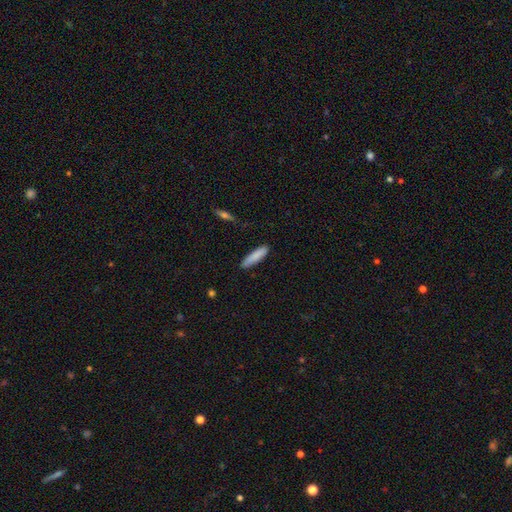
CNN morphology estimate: A smooth galaxy with no disk features (86%) that is cigar-shaped (75%).

Vote fractions:
- Smooth or featured? smooth: 86% / featured or disk: 8% / star or artifact: 6%
- How rounded? cigar-shaped: 75% / in between: 24% / round: 1%
- Merging? none: 85% / minor disturbance: 11% / major disturbance: 2% / merger: 1%